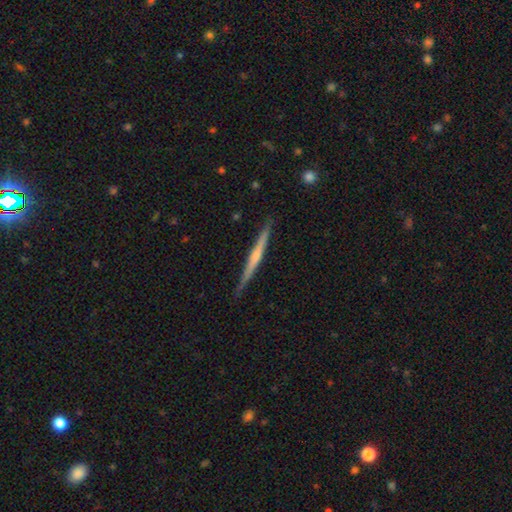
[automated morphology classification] featured or disk 62%, smooth 33%, star or artifact 5%. Down the decision tree: edge-on disk — yes (98%); edge-on bulge — none (51%); merging — none (88%).